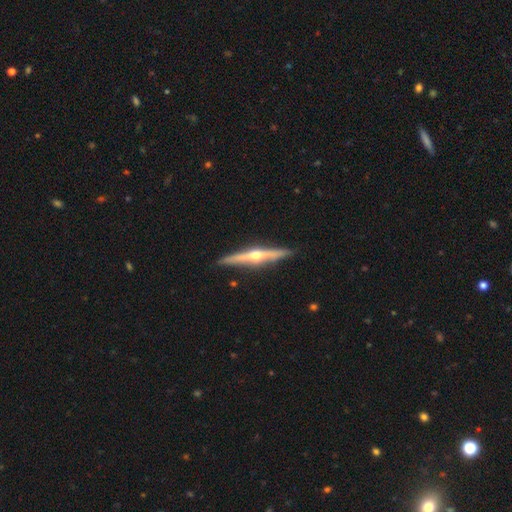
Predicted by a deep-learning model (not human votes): This is clearly a featured or disk galaxy (81%). It is clearly viewed edge-on (98%). Edge-on bulge: clearly rounded (95%). Merging: clearly none (92%).